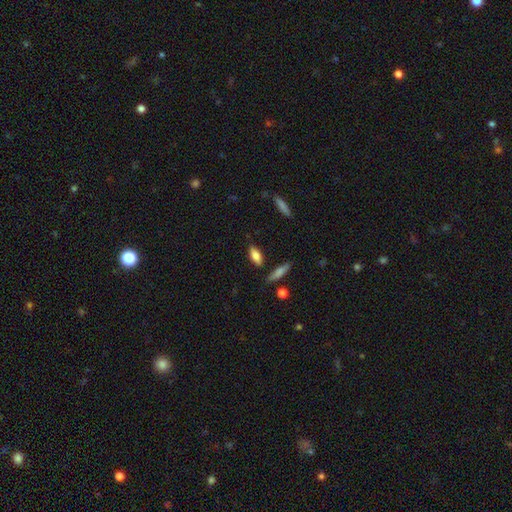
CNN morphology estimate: This appears to be a smooth galaxy with no disk features (76%) that is in between round and cigar-shaped (73%). Merging: none (81%).